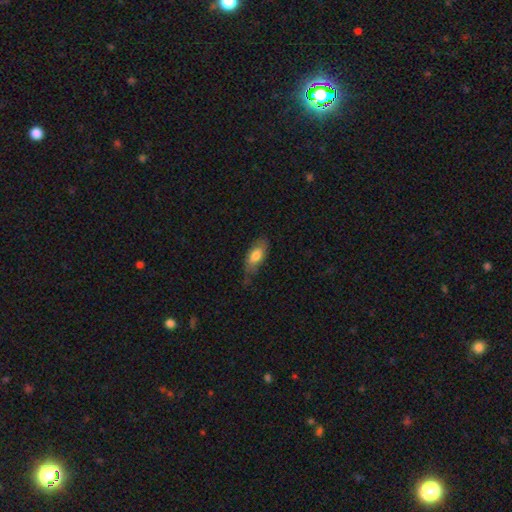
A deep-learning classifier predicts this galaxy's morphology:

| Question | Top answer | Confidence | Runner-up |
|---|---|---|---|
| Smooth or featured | smooth | 73% | featured or disk (20%) |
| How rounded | in between | 81% | cigar-shaped (16%) |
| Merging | none | 64% | minor disturbance (27%) |